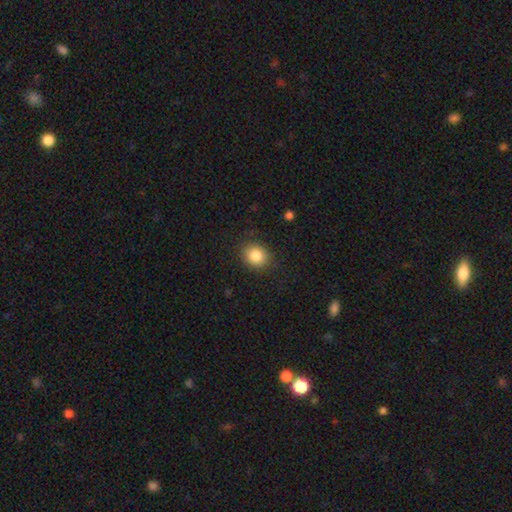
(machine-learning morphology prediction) smooth-or-featured: smooth: 84% | star or artifact: 10% | featured or disk: 6%
  how-rounded: round: 74% | in between: 25% | cigar-shaped: 1%
  merging: none: 87% | minor disturbance: 9% | major disturbance: 3% | merger: 1%